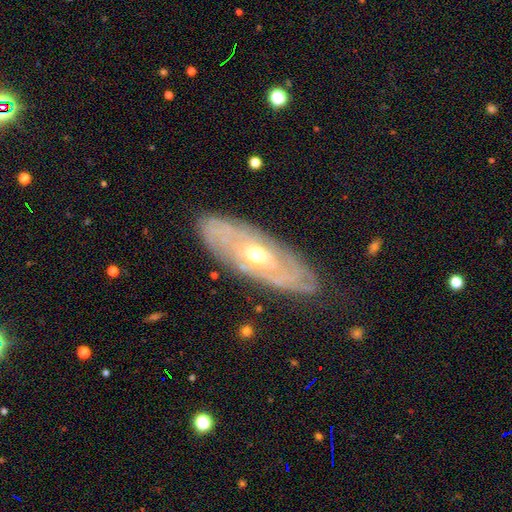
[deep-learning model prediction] A featured or disk galaxy (81%) with no bar (76%), spiral arms (76%) and a moderate central bulge (71%). Merging: none (82%).